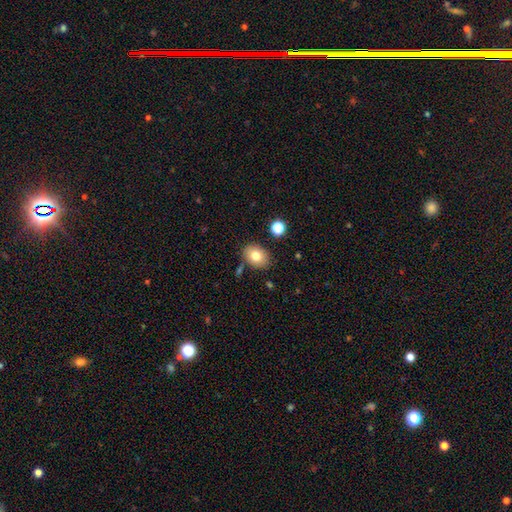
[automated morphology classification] A smooth galaxy with no disk features (78%) that is in between round and cigar-shaped (65%). Merging: none (82%).